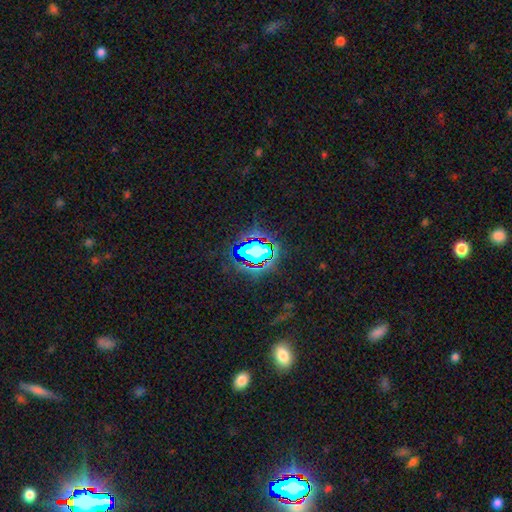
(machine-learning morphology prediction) Smooth or featured?
  - star or artifact: 71% *
  - smooth: 17%
  - featured or disk: 12%